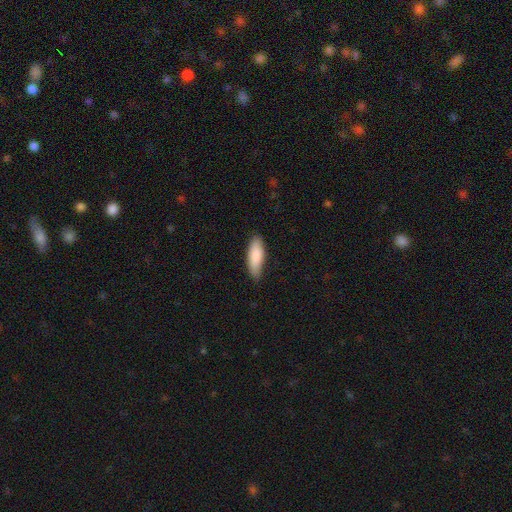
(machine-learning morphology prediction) type=smooth (87%); roundness=in between (58%); merging=none (78%).